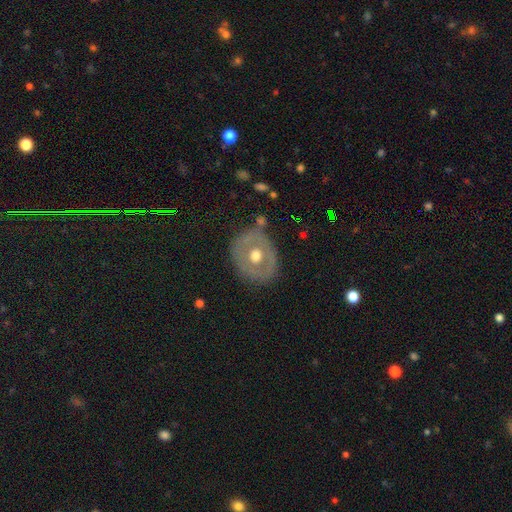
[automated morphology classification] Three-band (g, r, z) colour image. It shows a featured or disk galaxy (54%) with no bar (87%), no spiral arms (87%) and a moderate central bulge (79%). Merging: none (75%).